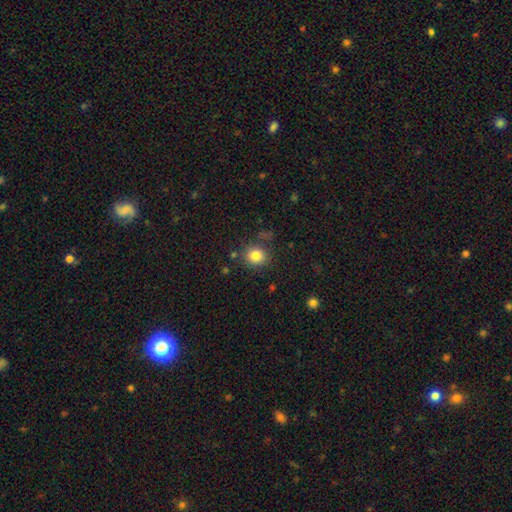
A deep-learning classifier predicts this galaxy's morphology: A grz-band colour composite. It shows a smooth galaxy with no disk features (83%) that is round (81%). Merging: none (81%).